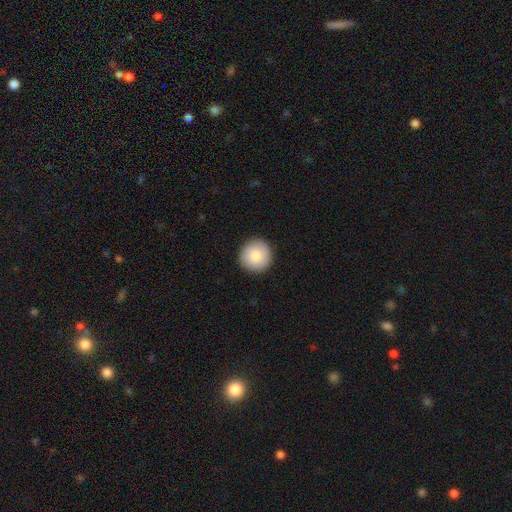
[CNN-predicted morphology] type=smooth (85%); roundness=round (95%); merging=none (92%).